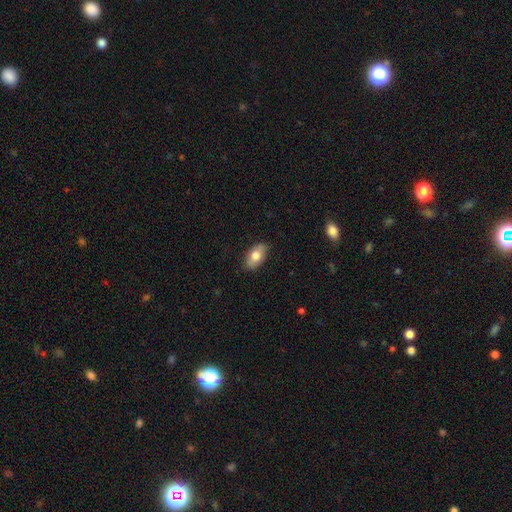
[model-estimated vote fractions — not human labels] smooth-or-featured: smooth: 76% | featured or disk: 18% | star or artifact: 7%
  how-rounded: in between: 92% | round: 5% | cigar-shaped: 2%
  merging: none: 84% | minor disturbance: 12% | major disturbance: 2% | merger: 1%